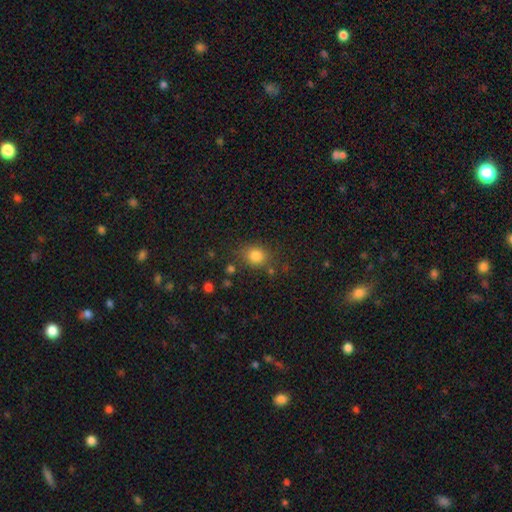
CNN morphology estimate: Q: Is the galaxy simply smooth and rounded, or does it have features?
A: smooth — 83%.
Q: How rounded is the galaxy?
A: round — 65%.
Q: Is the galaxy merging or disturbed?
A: none — 75%.